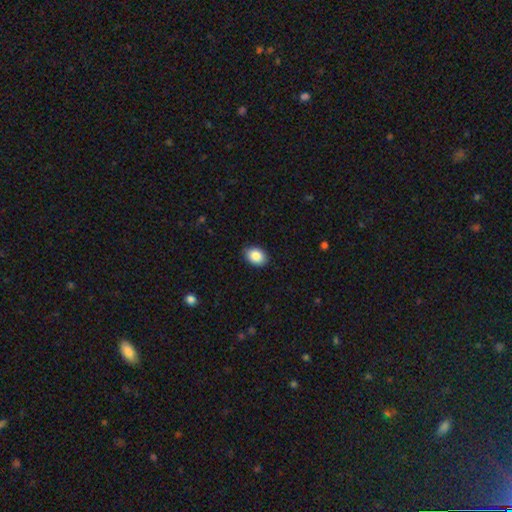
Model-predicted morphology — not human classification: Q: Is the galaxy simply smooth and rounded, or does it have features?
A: smooth — 88%.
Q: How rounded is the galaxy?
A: in between — 78%.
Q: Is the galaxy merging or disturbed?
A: none — 88%.